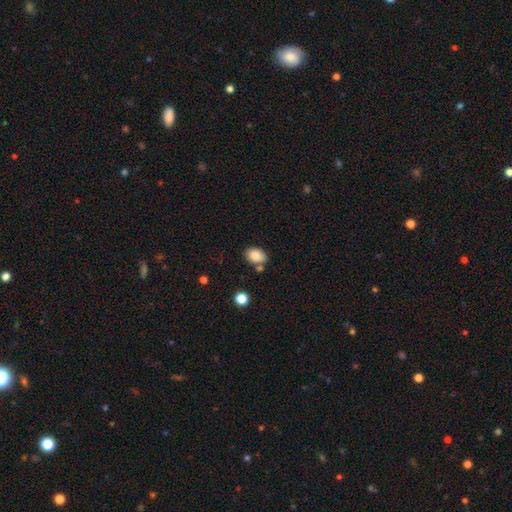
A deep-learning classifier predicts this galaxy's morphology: Q: Smooth or featured?
A: smooth (86%); runner-up: star or artifact (9%)
Q: How rounded?
A: in between (77%); runner-up: round (22%)
Q: Merging?
A: none (68%); runner-up: minor disturbance (17%)